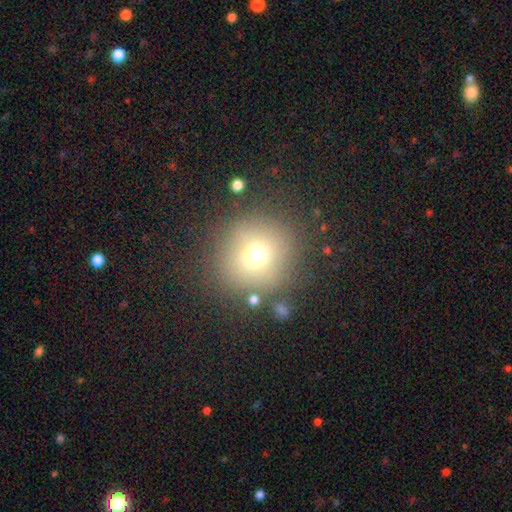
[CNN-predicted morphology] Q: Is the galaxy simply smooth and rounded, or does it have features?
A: smooth — 69%.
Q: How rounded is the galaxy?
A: round — 91%.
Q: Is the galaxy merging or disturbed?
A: none — 82%.